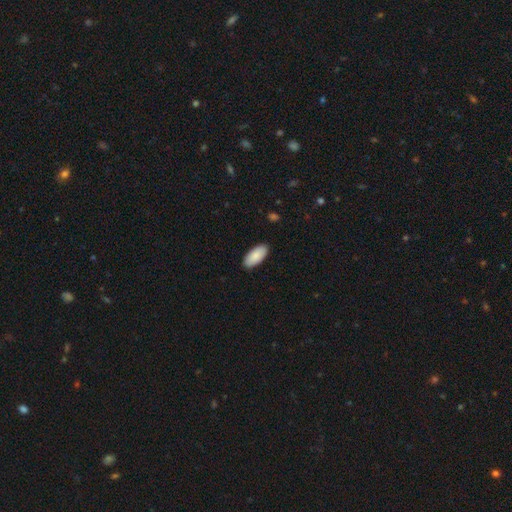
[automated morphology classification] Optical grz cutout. It shows a smooth galaxy with no disk features (89%) that is in between round and cigar-shaped (92%). Merging: none (89%).